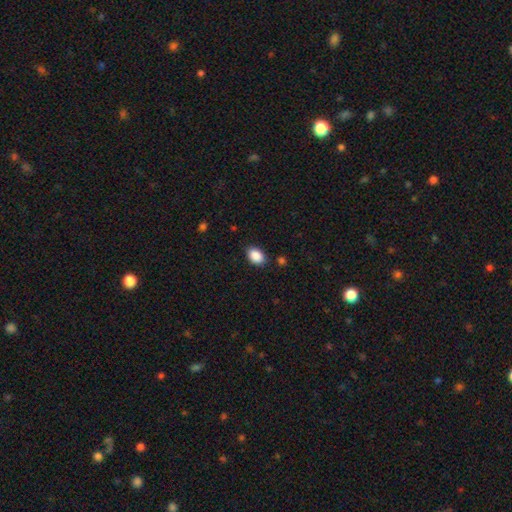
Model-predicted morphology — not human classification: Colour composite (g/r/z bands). It shows a smooth galaxy with no disk features (89%) that is in between round and cigar-shaped (86%). Merging: none (83%).